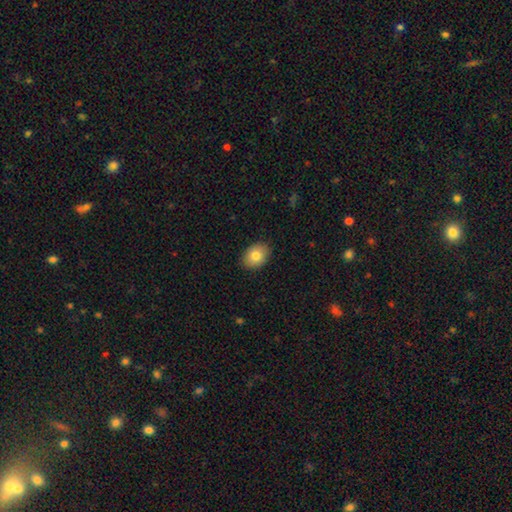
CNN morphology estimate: Smooth or featured? smooth (82%)
How rounded? in between (69%)
Merging? none (89%)